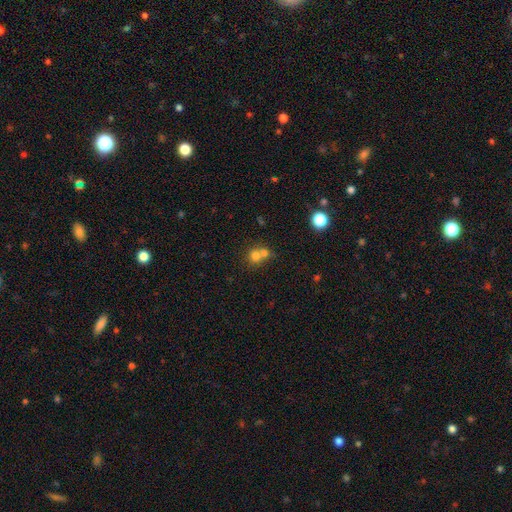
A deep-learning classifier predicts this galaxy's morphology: A smooth galaxy with no disk features (72%) that is round (81%). Merging: merger (56%).